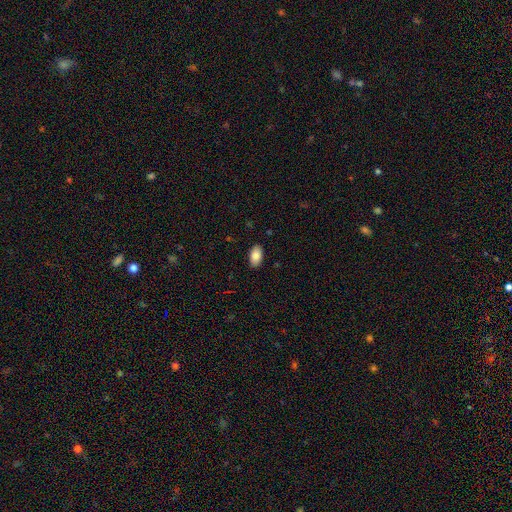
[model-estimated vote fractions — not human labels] Overall: smooth (87%). How rounded: in between (94%). Merging: none (89%).